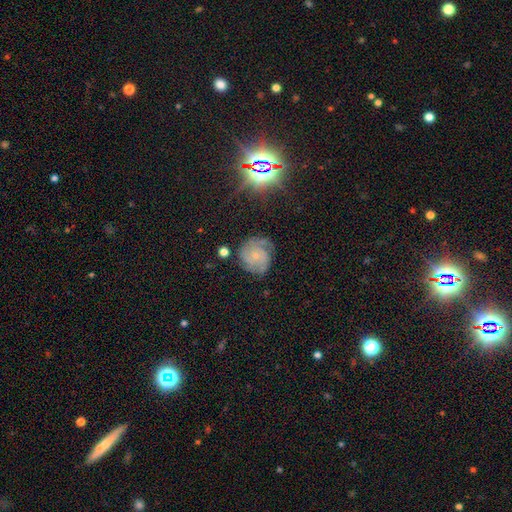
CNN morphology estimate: smooth_or_featured: featured or disk (p=0.73) [alt: smooth p=0.18]
disk_edge_on: no (p=0.98) [alt: yes p=0.02]
bar: no (p=0.78) [alt: weak p=0.19]
has_spiral_arms: yes (p=0.93) [alt: no p=0.07]
spiral_winding: tight (p=0.54) [alt: medium p=0.36]
spiral_arm_count: 3 (p=0.31) [alt: 2 p=0.26]
bulge_size: small (p=0.76) [alt: moderate p=0.17]
merging: none (p=0.66) [alt: minor disturbance p=0.22]